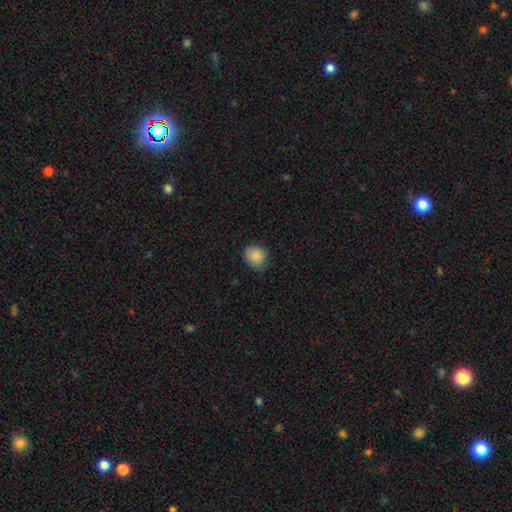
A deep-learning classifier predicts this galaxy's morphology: Smooth or featured: smooth — 87% (star or artifact — 8%)
How rounded: round — 71% (in between — 28%)
Merging: none — 77% (minor disturbance — 18%)